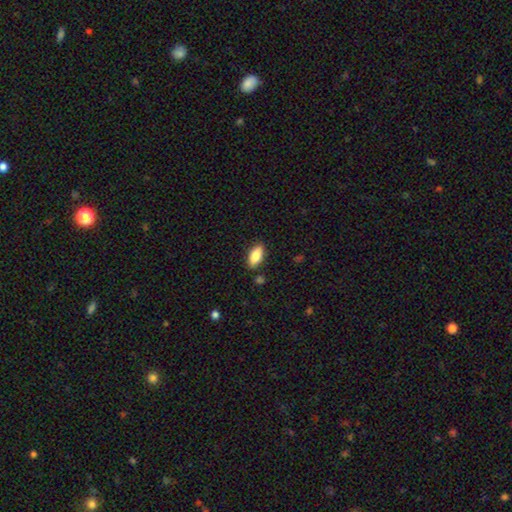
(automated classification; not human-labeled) Smooth or featured?
  - smooth: 83% *
  - featured or disk: 10%
  - star or artifact: 7%
How rounded?
  - in between: 87% *
  - cigar-shaped: 11%
  - round: 3%
Merging?
  - none: 86% *
  - minor disturbance: 10%
  - major disturbance: 2%
  - merger: 2%